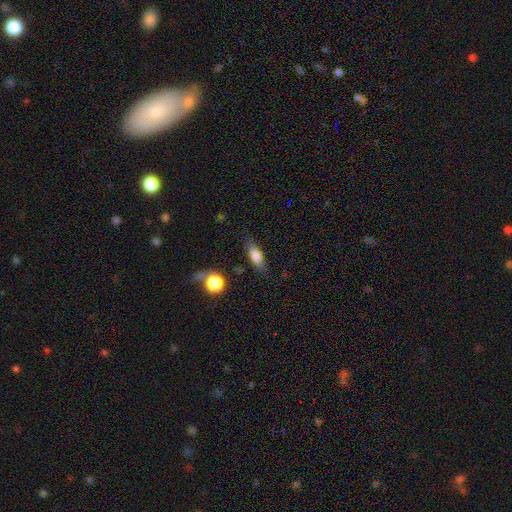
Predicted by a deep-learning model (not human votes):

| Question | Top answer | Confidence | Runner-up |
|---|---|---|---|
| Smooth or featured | smooth | 76% | featured or disk (15%) |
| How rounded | in between | 68% | cigar-shaped (28%) |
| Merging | none | 78% | minor disturbance (14%) |